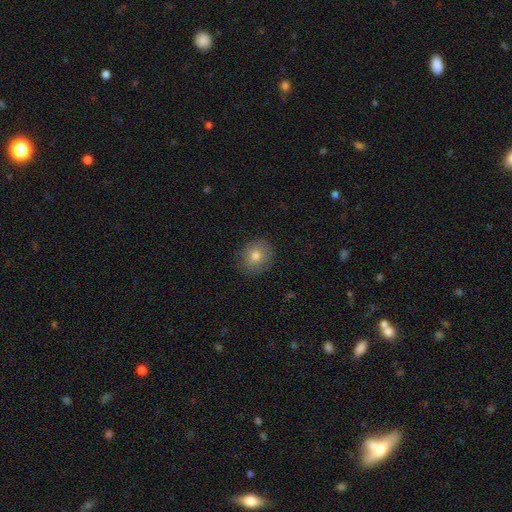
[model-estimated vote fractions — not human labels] This appears to be a smooth galaxy with no disk features (76%) that is round (80%). Merging: none (86%).